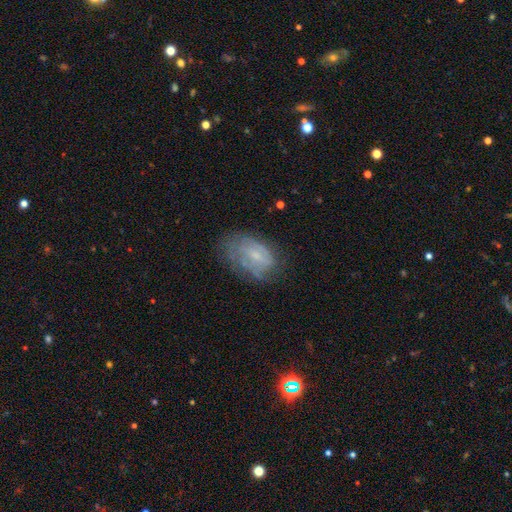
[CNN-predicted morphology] Smooth or featured? Predicted: featured or disk (p=0.57). Edge-on disk? Predicted: no (p=0.96). Bar? Predicted: no (p=0.60). Spiral arms? Predicted: yes (p=0.68). Bulge size? Predicted: small (p=0.63). Merging? Predicted: none (p=0.57).